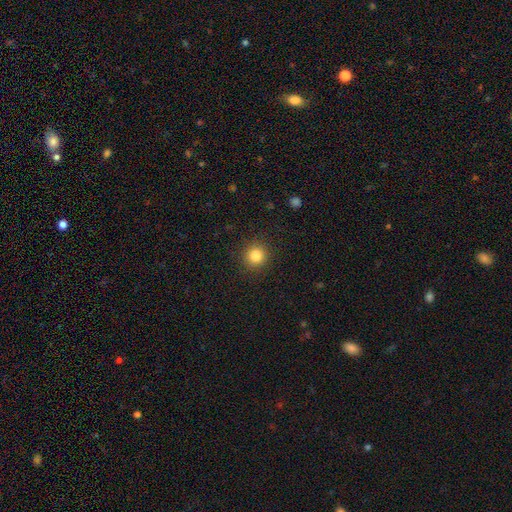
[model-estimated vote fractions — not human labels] A smooth galaxy with no disk features (84%) that is round (93%). Merging: none (91%).